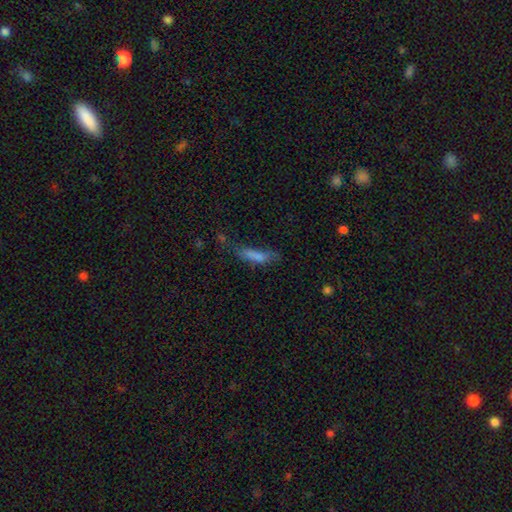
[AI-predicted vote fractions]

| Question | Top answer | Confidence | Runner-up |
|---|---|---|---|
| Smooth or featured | smooth | 72% | featured or disk (17%) |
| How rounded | cigar-shaped | 66% | in between (32%) |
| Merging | none | 39% | minor disturbance (30%) |